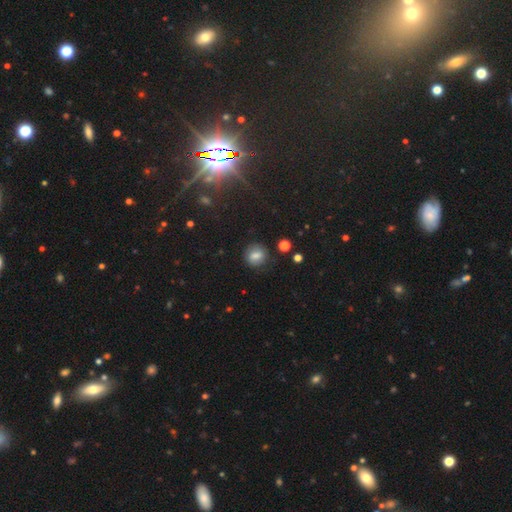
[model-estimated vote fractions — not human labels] A smooth galaxy with no disk features (75%) that is round (73%). Merging: none (83%).